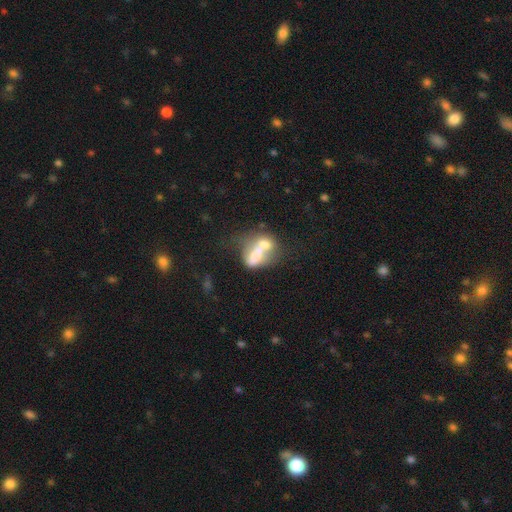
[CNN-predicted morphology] Overall: smooth (51%; featured or disk 40%). How rounded: in between (69%). Merging: merger (72%).